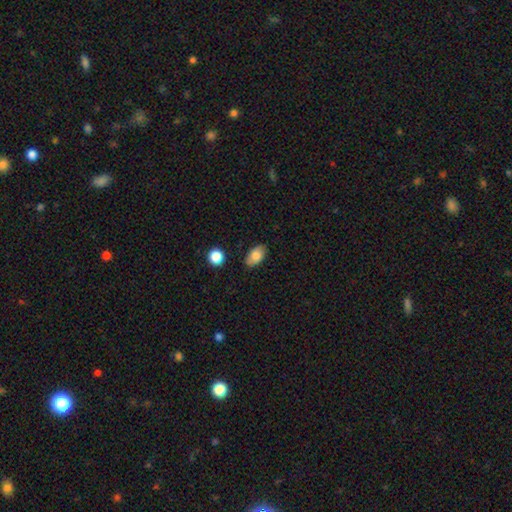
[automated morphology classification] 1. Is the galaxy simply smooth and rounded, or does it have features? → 81% smooth, 11% featured or disk, 8% star or artifact.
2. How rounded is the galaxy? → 91% in between, 7% round, 2% cigar-shaped.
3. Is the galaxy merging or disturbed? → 80% none, 15% minor disturbance, 3% major disturbance, 2% merger.